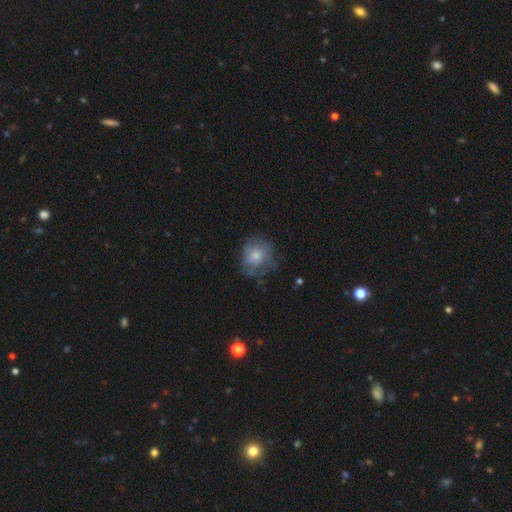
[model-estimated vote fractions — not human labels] A smooth galaxy with no disk features (60%) that is round (73%). Merging: none (53%).